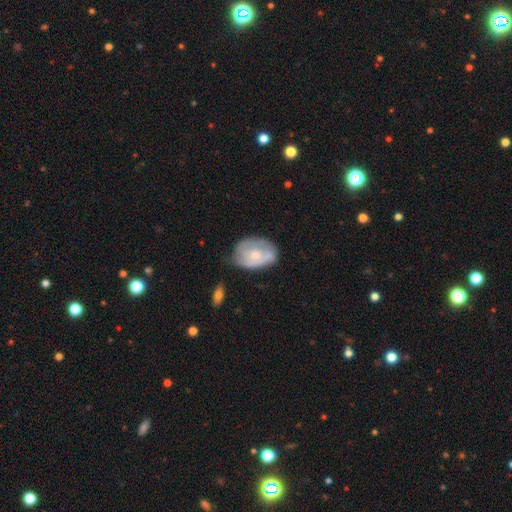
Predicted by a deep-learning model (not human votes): A featured or disk galaxy (59%) with no bar (80%), spiral arms (60%) and a moderate central bulge (48%). Merging: none (51%).